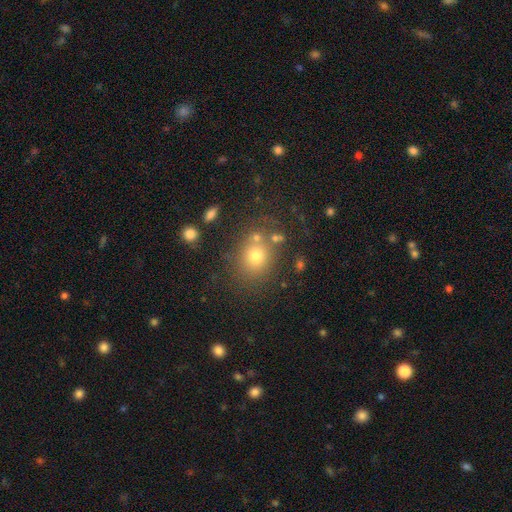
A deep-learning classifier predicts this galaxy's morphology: Smooth or featured? Predicted: smooth (p=0.70). How rounded? Predicted: round (p=0.70). Merging? Predicted: none (p=0.72).